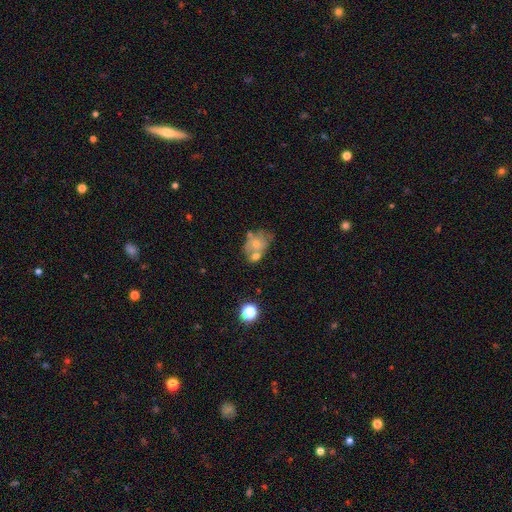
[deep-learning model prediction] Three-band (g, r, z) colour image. It shows a smooth galaxy with no disk features (37%). Merging: none (57%).